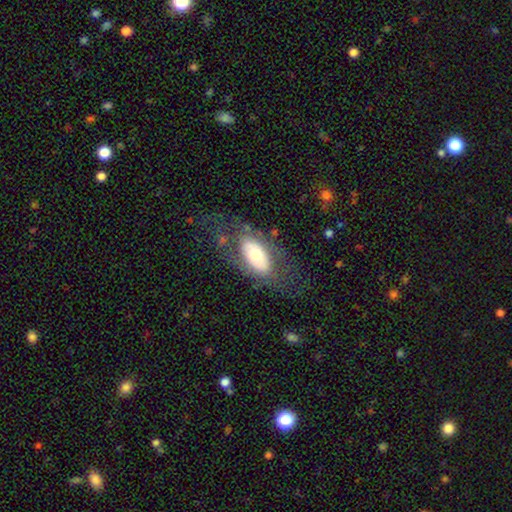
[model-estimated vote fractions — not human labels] smooth_or_featured: smooth (p=0.49) [alt: featured or disk p=0.45]
merging: none (p=0.62) [alt: minor disturbance p=0.18]